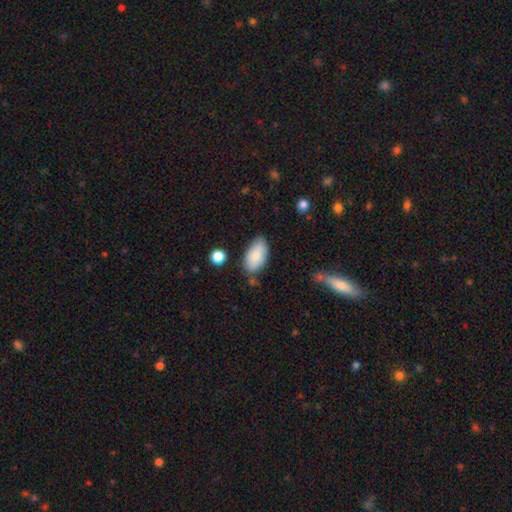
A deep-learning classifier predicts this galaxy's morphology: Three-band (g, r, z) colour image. It shows a smooth galaxy with no disk features (80%) that is in between round and cigar-shaped (94%). Merging: none (71%).